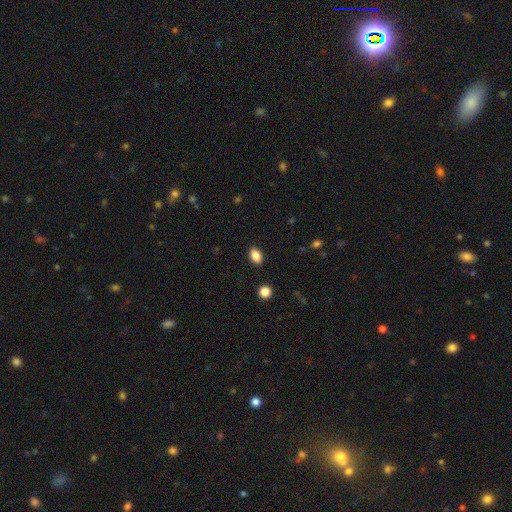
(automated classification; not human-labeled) This is clearly a smooth galaxy (87%). How rounded: clearly in between (88%). Merging: clearly none (89%).